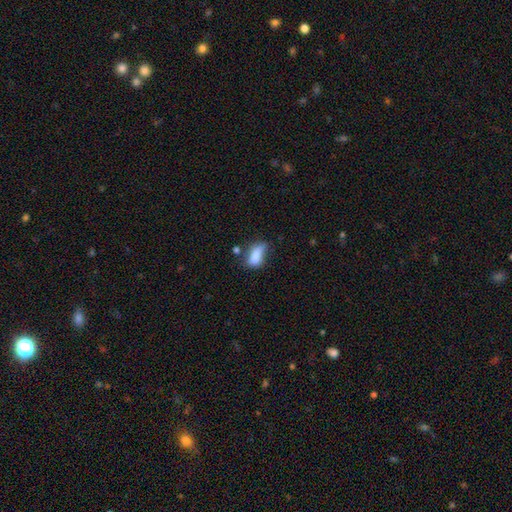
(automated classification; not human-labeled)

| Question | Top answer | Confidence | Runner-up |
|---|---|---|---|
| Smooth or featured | smooth | 78% | featured or disk (13%) |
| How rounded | in between | 82% | cigar-shaped (13%) |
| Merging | none | 36% | minor disturbance (34%) |